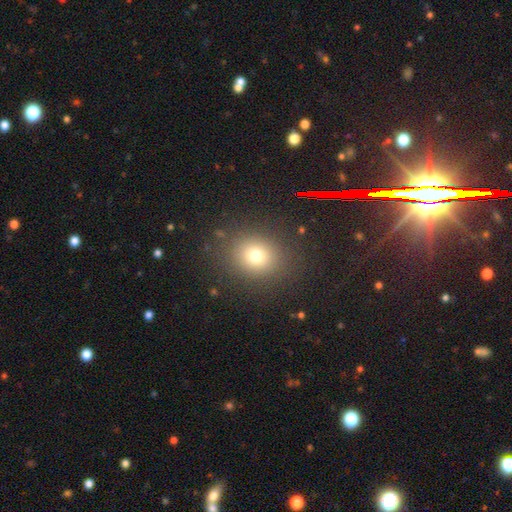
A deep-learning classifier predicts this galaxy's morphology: Overall: smooth (73%). How rounded: round (67%; in between 32%). Merging: none (86%).